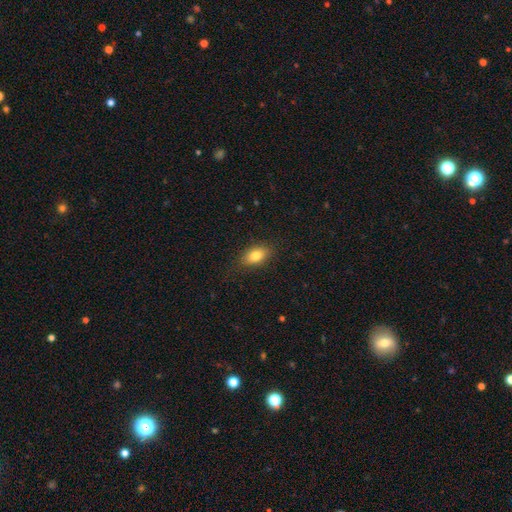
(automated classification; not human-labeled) Morphology: type=smooth (81%); roundness=in between (87%); merging=none (84%).